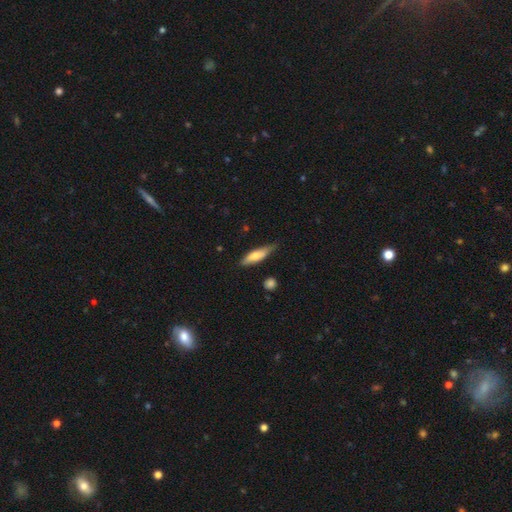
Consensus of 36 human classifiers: smooth 78%, featured or disk 17%, star or artifact 6%. Down the decision tree: how rounded — in between (50%, tied with cigar-shaped); merging — none (62%).